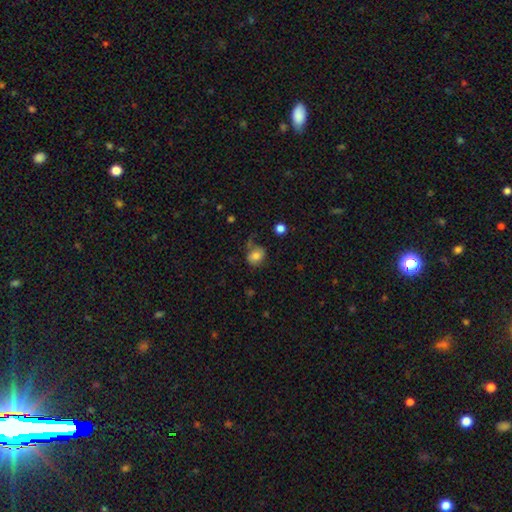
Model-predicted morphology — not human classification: Smooth or featured? smooth (77%)
How rounded? in between (52%)
Merging? none (57%)